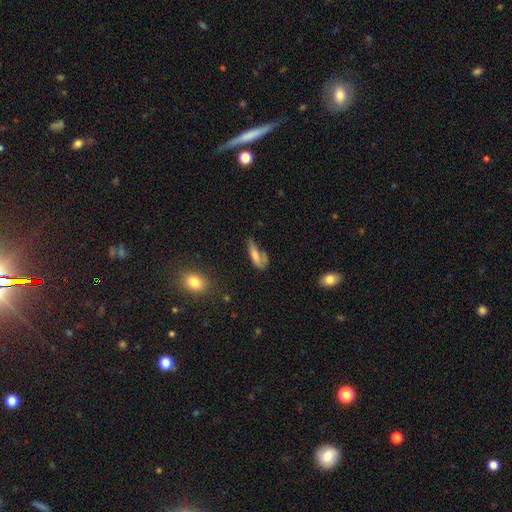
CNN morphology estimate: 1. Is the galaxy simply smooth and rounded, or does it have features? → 70% smooth, 20% featured or disk, 10% star or artifact.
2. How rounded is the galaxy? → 51% in between, 46% cigar-shaped, 4% round.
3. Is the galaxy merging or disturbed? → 36% none, 27% minor disturbance, 21% major disturbance, 15% merger.